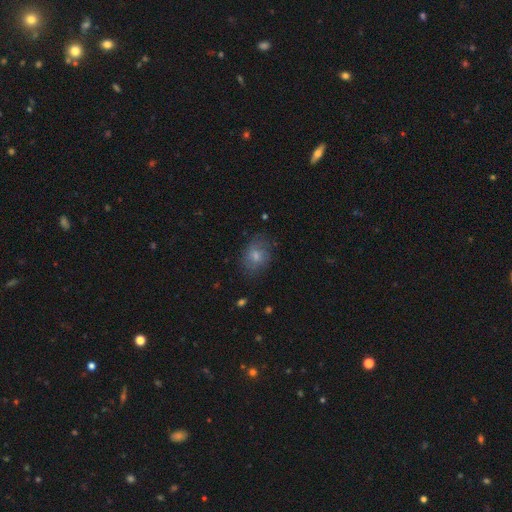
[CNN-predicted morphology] Smooth or featured? Predicted: smooth (p=0.67). How rounded? Predicted: in between (p=0.59). Merging? Predicted: none (p=0.65).